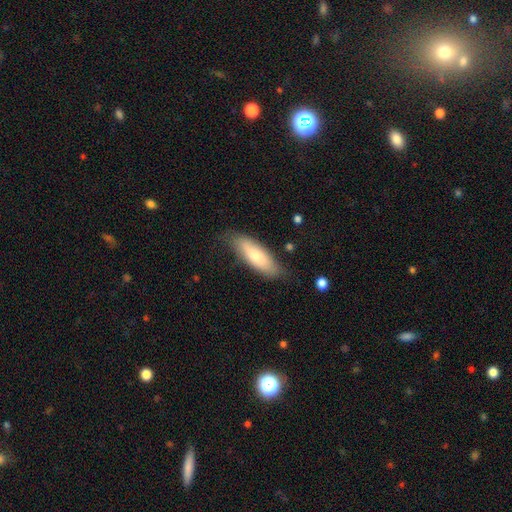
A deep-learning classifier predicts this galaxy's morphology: Smooth or featured: smooth — 71% (featured or disk — 23%)
How rounded: in between — 58% (cigar-shaped — 40%)
Merging: none — 74% (minor disturbance — 20%)